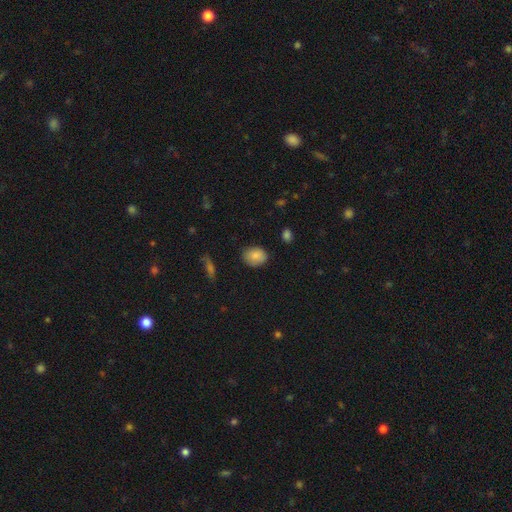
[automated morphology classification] Q: Smooth or featured?
A: smooth (85%); runner-up: star or artifact (8%)
Q: How rounded?
A: in between (61%); runner-up: round (38%)
Q: Merging?
A: none (82%); runner-up: minor disturbance (14%)